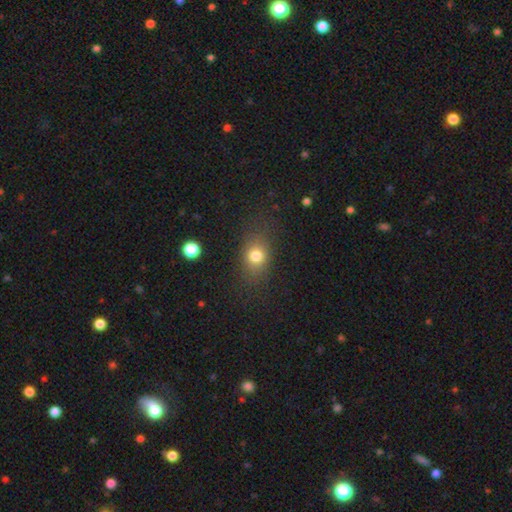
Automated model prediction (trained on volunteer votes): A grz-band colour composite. It shows a smooth galaxy with no disk features (77%) that is in between round and cigar-shaped (57%). Merging: none (75%).